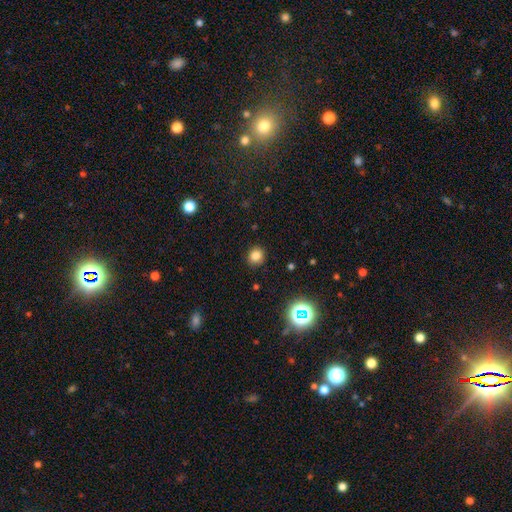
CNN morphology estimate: A smooth galaxy with no disk features (80%) that is round (82%).

Vote fractions:
- Smooth or featured? smooth: 80% / star or artifact: 15% / featured or disk: 5%
- How rounded? round: 82% / in between: 17% / cigar-shaped: 1%
- Merging? none: 89% / minor disturbance: 7% / major disturbance: 2% / merger: 1%